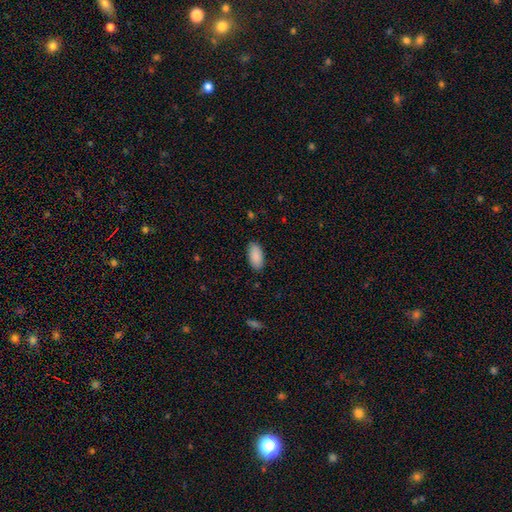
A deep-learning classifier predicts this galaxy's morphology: smooth 90%, star or artifact 6%, featured or disk 4%. Down the decision tree: how rounded — in between (94%); merging — none (88%).